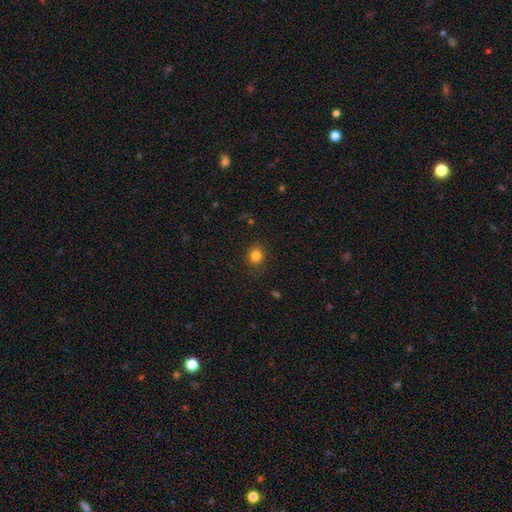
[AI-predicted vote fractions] A smooth galaxy with no disk features (83%) that is round (75%). Merging: none (87%).